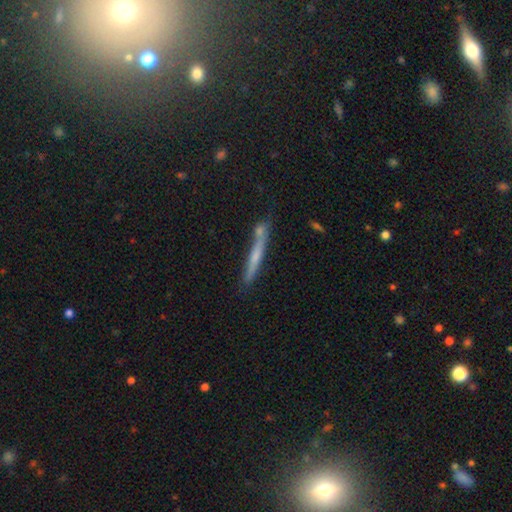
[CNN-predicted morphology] This appears to be a smooth galaxy with no disk features (48%). Merging: none (71%).